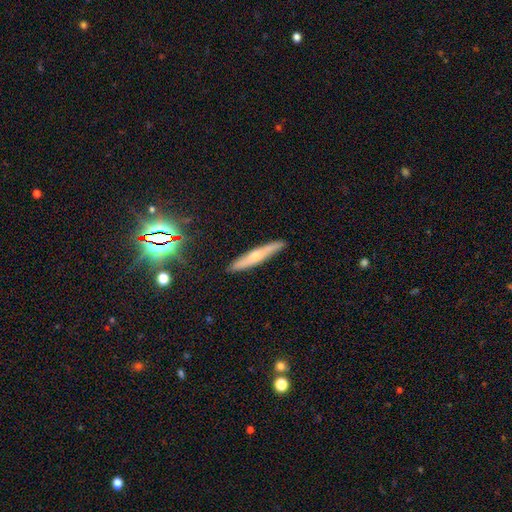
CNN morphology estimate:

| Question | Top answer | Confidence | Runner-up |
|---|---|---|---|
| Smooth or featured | featured or disk | 49% | smooth (41%) |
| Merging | none | 89% | minor disturbance (8%) |